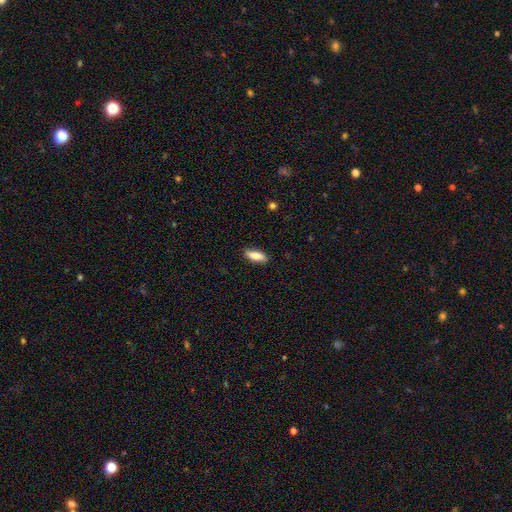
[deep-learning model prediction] smooth-or-featured: smooth: 84% | featured or disk: 10% | star or artifact: 6%
  how-rounded: in between: 71% | cigar-shaped: 27% | round: 2%
  merging: none: 86% | minor disturbance: 10% | major disturbance: 2% | merger: 1%